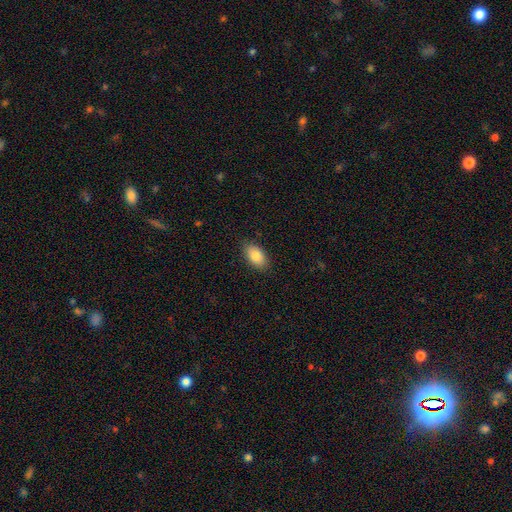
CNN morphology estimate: smooth-or-featured: smooth: 85% | featured or disk: 8% | star or artifact: 7%
  how-rounded: in between: 93% | round: 5% | cigar-shaped: 2%
  merging: none: 86% | minor disturbance: 11% | major disturbance: 2% | merger: 1%